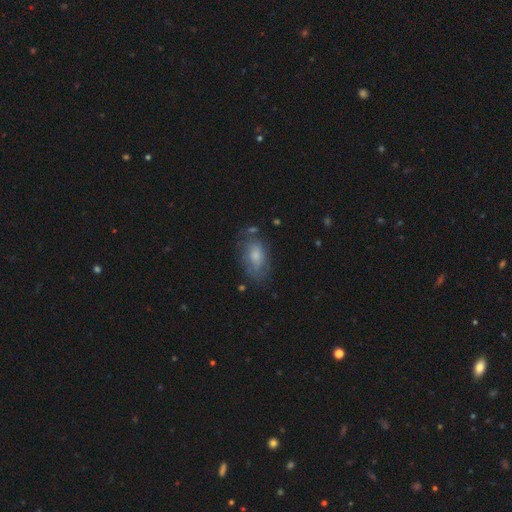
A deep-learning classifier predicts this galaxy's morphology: Smooth or featured?
  - smooth: 64% *
  - featured or disk: 28%
  - star or artifact: 8%
How rounded?
  - in between: 89% *
  - round: 6%
  - cigar-shaped: 4%
Merging?
  - none: 58% *
  - minor disturbance: 26%
  - major disturbance: 12%
  - merger: 4%